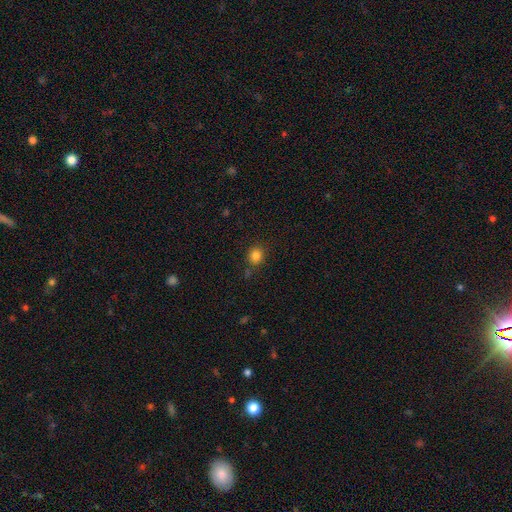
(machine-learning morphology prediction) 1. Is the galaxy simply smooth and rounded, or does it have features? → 83% smooth, 12% star or artifact, 5% featured or disk.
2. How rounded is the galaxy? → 81% round, 18% in between, 1% cigar-shaped.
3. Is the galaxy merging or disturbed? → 80% none, 12% minor disturbance, 5% merger, 3% major disturbance.